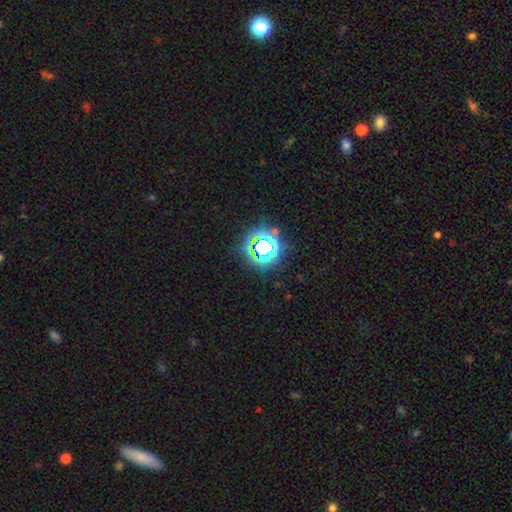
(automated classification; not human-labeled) A star or artifact, not a galaxy (66%).